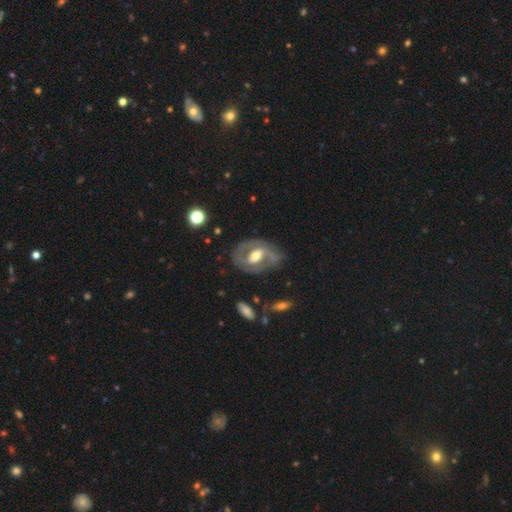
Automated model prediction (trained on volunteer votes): A featured or disk galaxy (73%) with a weak bar (38%), spiral arms (59%) and a moderate central bulge (65%). Merging: none (65%).